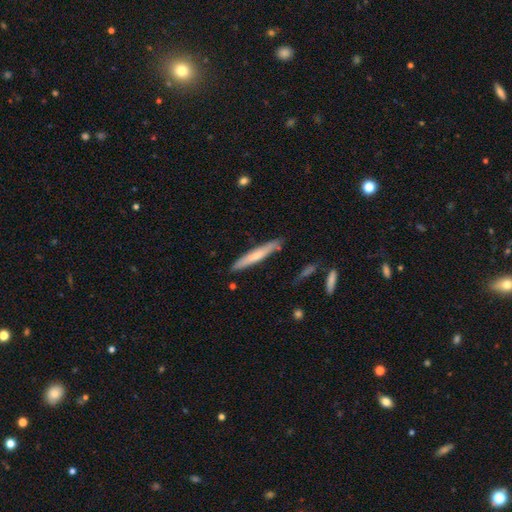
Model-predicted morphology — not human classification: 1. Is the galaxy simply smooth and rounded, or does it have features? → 63% smooth, 32% featured or disk, 5% star or artifact.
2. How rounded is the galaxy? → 95% cigar-shaped, 4% in between, 1% round.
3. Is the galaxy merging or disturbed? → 86% none, 11% minor disturbance, 2% major disturbance, 2% merger.